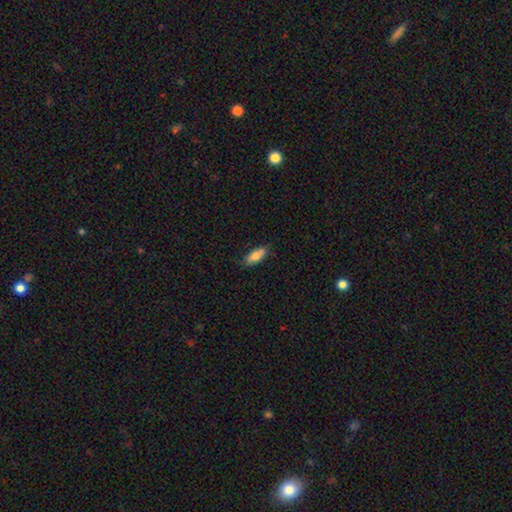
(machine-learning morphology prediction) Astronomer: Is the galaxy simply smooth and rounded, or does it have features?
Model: smooth — 78%.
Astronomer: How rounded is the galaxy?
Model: in between — 72%.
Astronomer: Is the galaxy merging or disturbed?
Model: none — 73%.